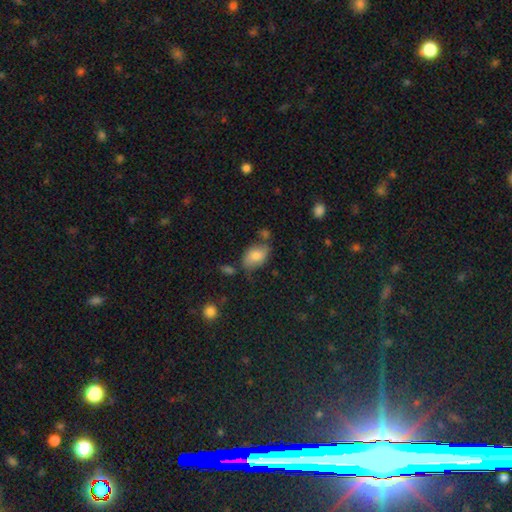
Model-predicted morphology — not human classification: Smooth or featured: smooth — 74% (featured or disk — 18%)
How rounded: in between — 89% (round — 10%)
Merging: none — 56% (minor disturbance — 27%)